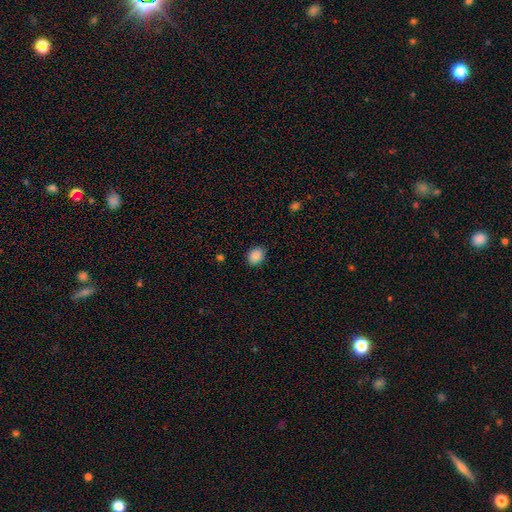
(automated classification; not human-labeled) Q: Smooth or featured?
A: smooth (88%); runner-up: star or artifact (9%)
Q: How rounded?
A: round (52%); runner-up: in between (47%)
Q: Merging?
A: none (87%); runner-up: minor disturbance (10%)